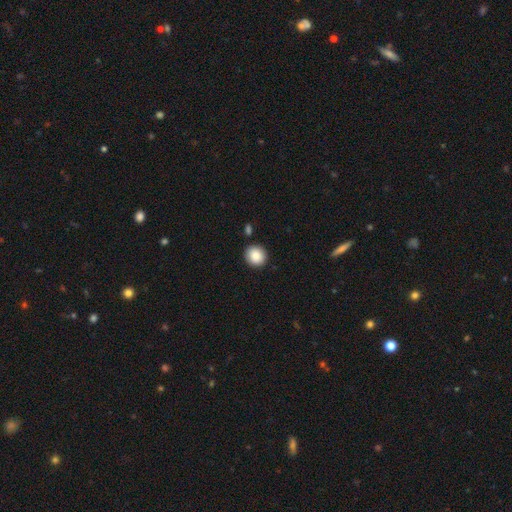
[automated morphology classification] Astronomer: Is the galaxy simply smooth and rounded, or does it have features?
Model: smooth — 87%.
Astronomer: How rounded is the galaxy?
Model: round — 86%.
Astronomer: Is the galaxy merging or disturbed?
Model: none — 88%.